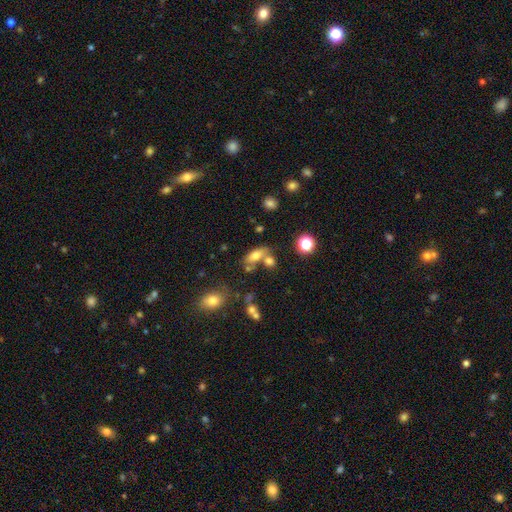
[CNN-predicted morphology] This is likely a smooth galaxy (70%). How rounded: likely in between (78%). Merging: possibly none (48%).